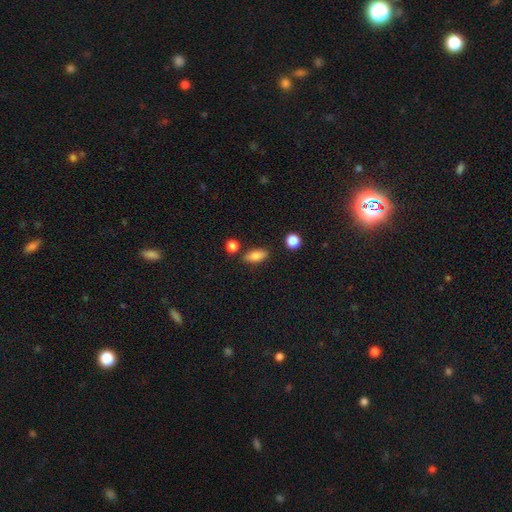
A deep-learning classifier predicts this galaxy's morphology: Smooth or featured? Predicted: smooth (p=0.80). How rounded? Predicted: in between (p=0.80). Merging? Predicted: none (p=0.81).